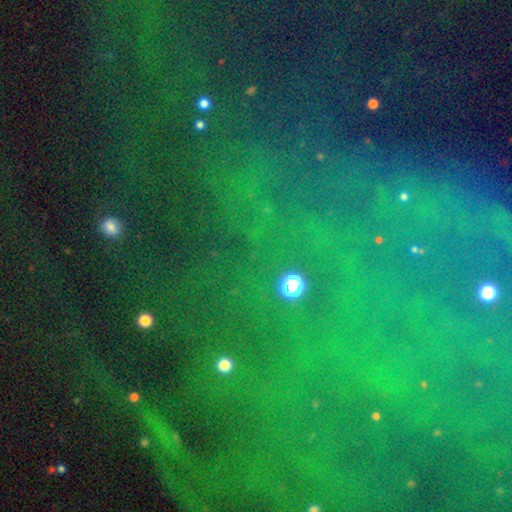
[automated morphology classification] smooth-or-featured: star or artifact: 79% | smooth: 11% | featured or disk: 10%